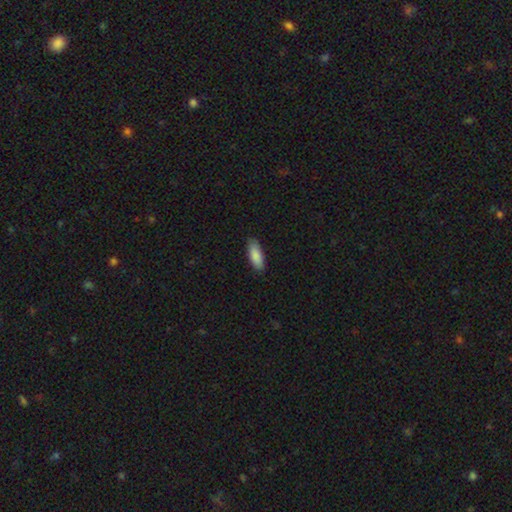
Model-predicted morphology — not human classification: Overall: smooth (88%). How rounded: in between (73%). Merging: none (86%).